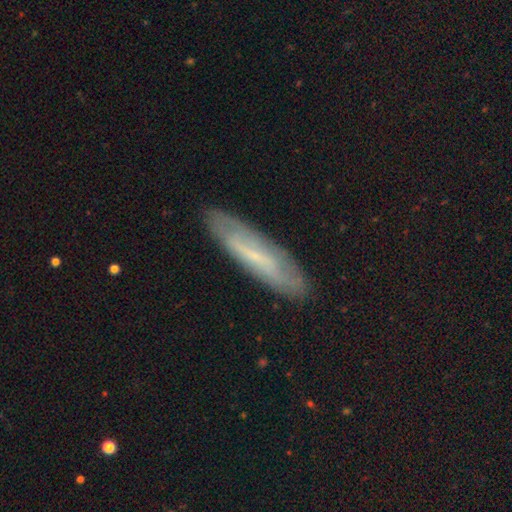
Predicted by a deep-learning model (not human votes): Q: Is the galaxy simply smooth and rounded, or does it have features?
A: featured or disk — 52%.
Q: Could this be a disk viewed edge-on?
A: no — 54%.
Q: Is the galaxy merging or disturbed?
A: none — 83%.